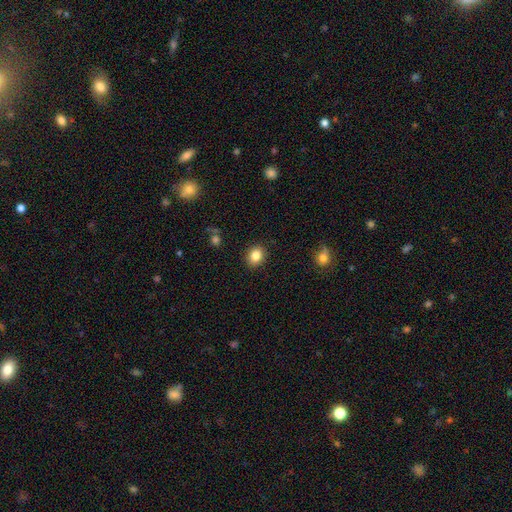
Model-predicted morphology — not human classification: type=smooth (84%); roundness=round (61%); merging=none (90%).